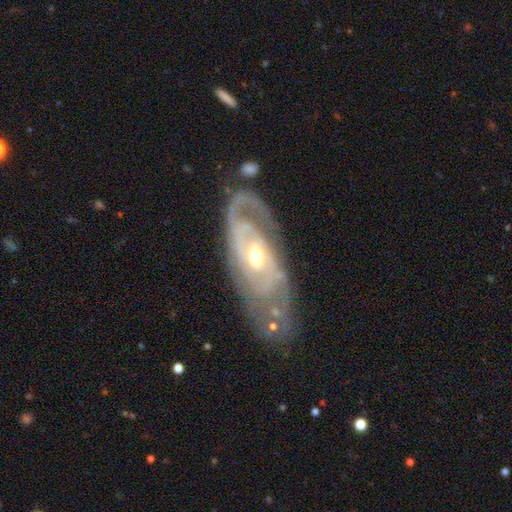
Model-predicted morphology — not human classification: Smooth or featured? Predicted: featured or disk (p=0.86). Edge-on disk? Predicted: no (p=0.91). Bar? Predicted: no (p=0.57). Spiral arms? Predicted: yes (p=0.87). Spiral winding? Predicted: tight (p=0.61). Spiral arm count? Predicted: 2 (p=0.51). Bulge size? Predicted: moderate (p=0.66). Merging? Predicted: none (p=0.67).